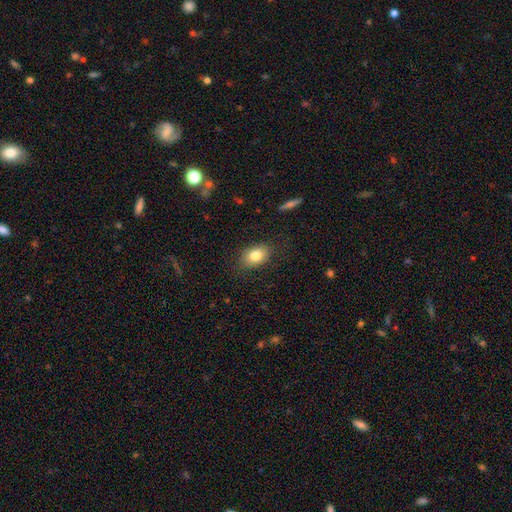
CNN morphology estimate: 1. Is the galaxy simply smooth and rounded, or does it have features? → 81% smooth, 10% featured or disk, 8% star or artifact.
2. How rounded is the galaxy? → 82% in between, 17% round, 1% cigar-shaped.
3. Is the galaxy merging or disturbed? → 84% none, 12% minor disturbance, 3% major disturbance, 1% merger.